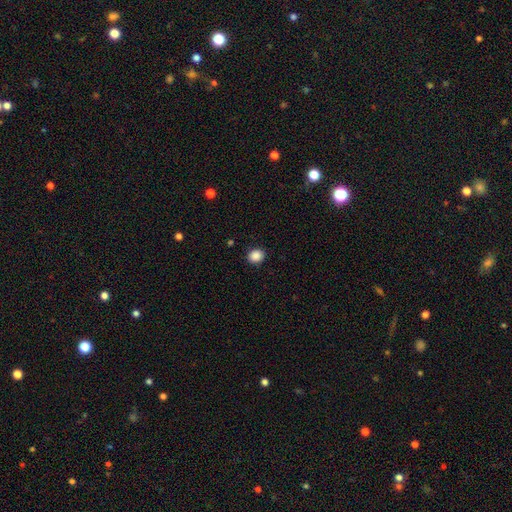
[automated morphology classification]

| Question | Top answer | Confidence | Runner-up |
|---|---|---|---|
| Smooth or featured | smooth | 88% | star or artifact (9%) |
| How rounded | round | 73% | in between (26%) |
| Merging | none | 91% | minor disturbance (6%) |